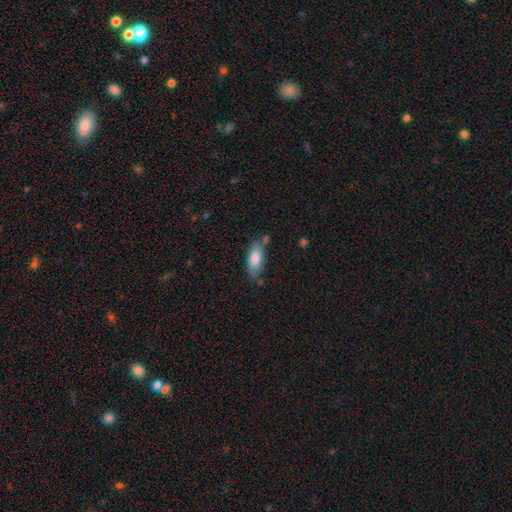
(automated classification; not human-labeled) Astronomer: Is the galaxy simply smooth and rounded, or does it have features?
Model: smooth — 74%.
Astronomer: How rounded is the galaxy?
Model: in between — 76%.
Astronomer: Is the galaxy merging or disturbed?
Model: none — 68%.